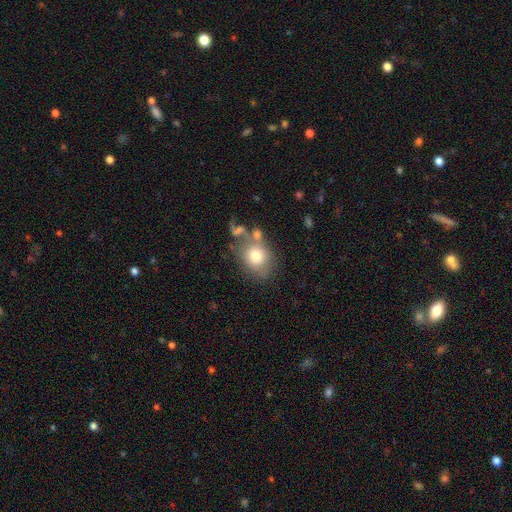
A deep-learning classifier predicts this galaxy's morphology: Smooth or featured? Predicted: smooth (p=0.72). How rounded? Predicted: round (p=0.53). Merging? Predicted: none (p=0.42).